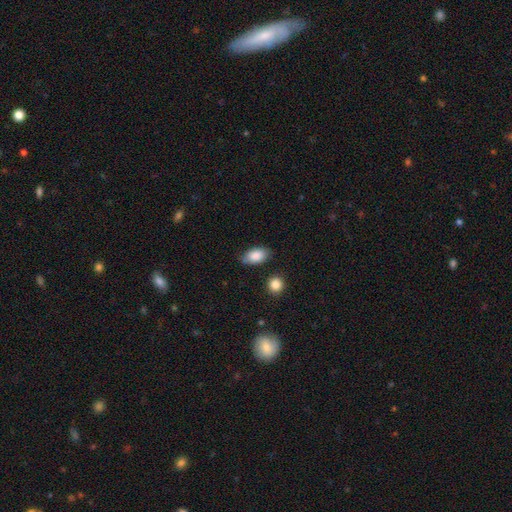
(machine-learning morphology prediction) smooth-or-featured: smooth: 86% | featured or disk: 8% | star or artifact: 7%
  how-rounded: in between: 92% | round: 6% | cigar-shaped: 3%
  merging: none: 77% | minor disturbance: 17% | major disturbance: 4% | merger: 3%